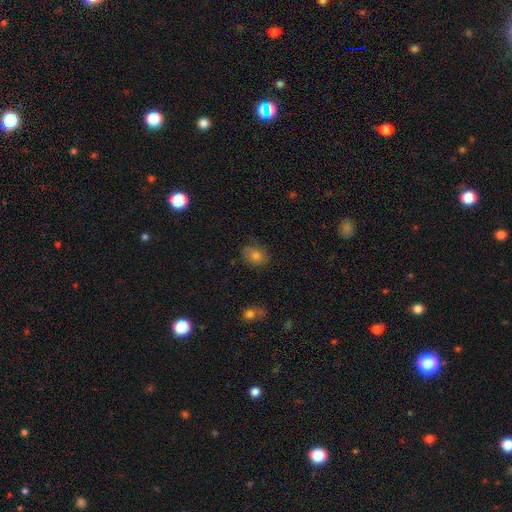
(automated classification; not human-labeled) smooth-or-featured: smooth: 74% | star or artifact: 13% | featured or disk: 13%
  how-rounded: round: 51% | in between: 48% | cigar-shaped: 1%
  merging: none: 74% | minor disturbance: 19% | major disturbance: 5% | merger: 2%